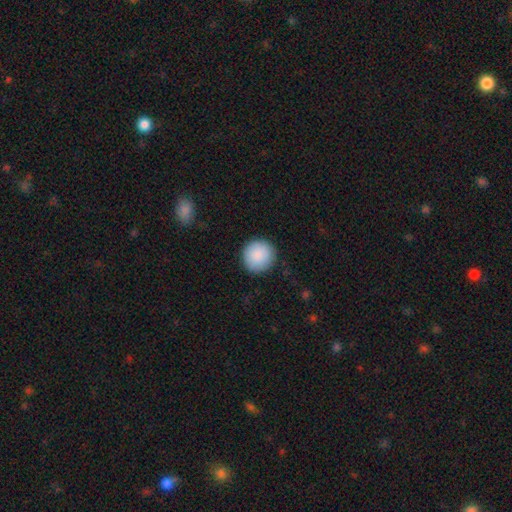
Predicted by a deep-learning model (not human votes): This appears to be a smooth galaxy with no disk features (90%) that is round (95%). Merging: none (91%).